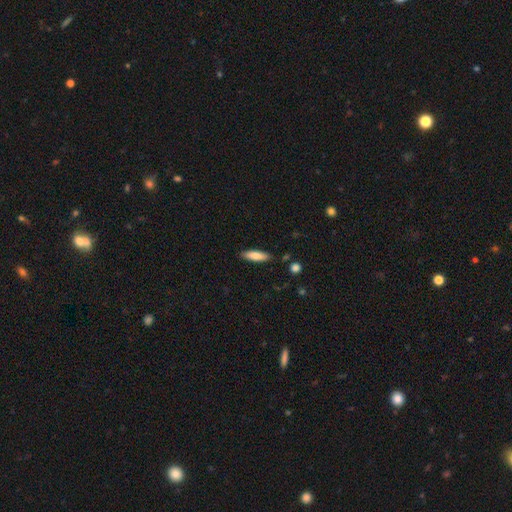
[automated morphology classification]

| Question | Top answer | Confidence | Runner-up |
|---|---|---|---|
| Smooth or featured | smooth | 77% | featured or disk (17%) |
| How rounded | cigar-shaped | 60% | in between (39%) |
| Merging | none | 85% | minor disturbance (11%) |